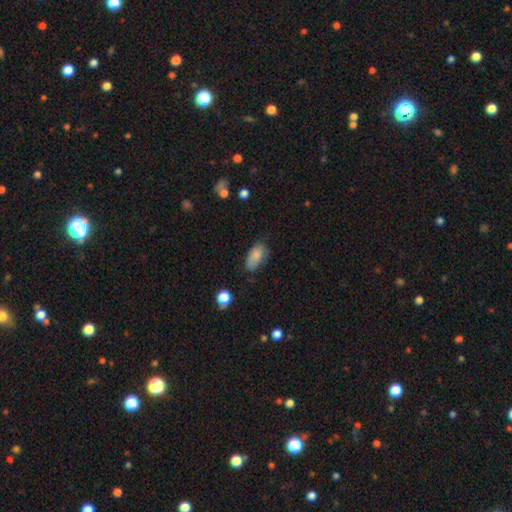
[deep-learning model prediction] Overall: smooth (83%). How rounded: in between (92%). Merging: none (60%; minor disturbance 30%).